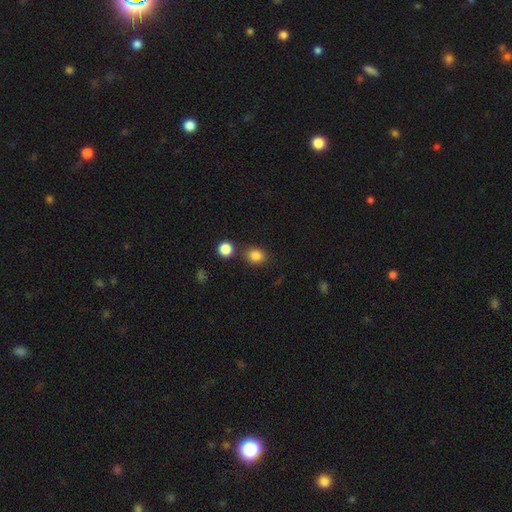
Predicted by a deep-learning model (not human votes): Overall: smooth (85%). How rounded: round (64%; in between 35%). Merging: none (77%).